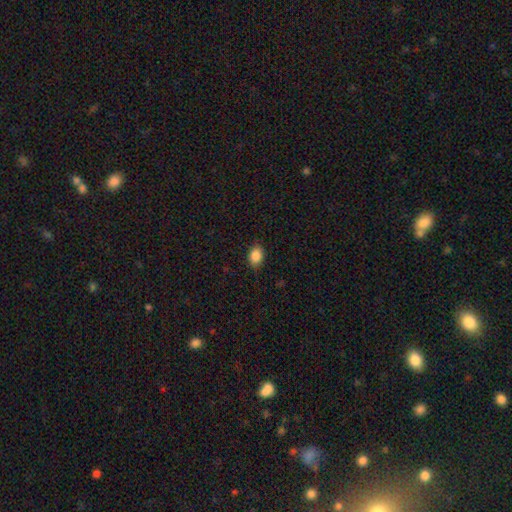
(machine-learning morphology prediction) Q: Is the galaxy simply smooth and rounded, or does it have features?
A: smooth — 86%.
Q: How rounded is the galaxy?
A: in between — 70%.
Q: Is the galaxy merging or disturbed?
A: none — 83%.